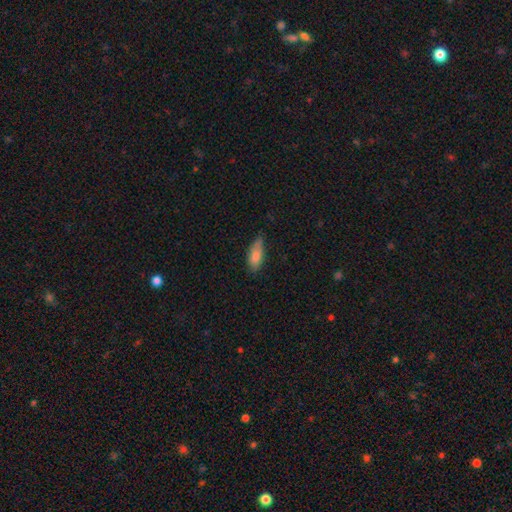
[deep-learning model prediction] This appears to be a smooth galaxy with no disk features (83%) that is in between round and cigar-shaped (77%). Merging: none (59%).